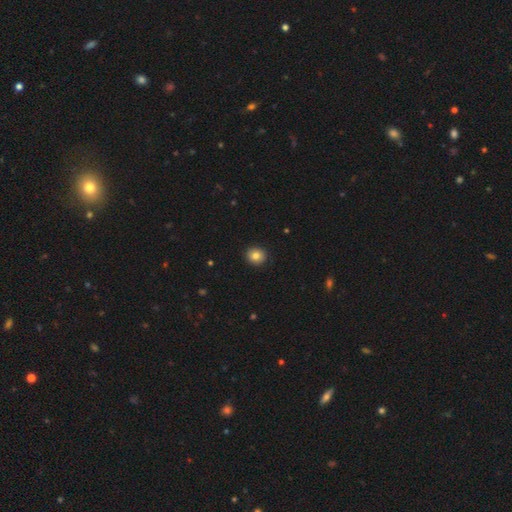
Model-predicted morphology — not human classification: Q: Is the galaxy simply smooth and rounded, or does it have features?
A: smooth — 82%.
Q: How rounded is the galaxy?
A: round — 85%.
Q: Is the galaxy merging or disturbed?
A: none — 91%.